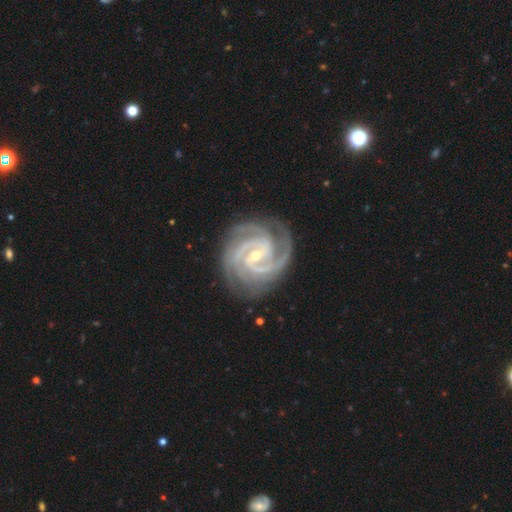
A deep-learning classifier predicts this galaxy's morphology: featured or disk 93%, star or artifact 4%, smooth 3%. Down the decision tree: edge-on disk — no (98%); bar — weak (46%); spiral arms — yes (99%); spiral arm count — 3 (44%); spiral winding — tight (65%); bulge size — small (65%); merging — none (80%).